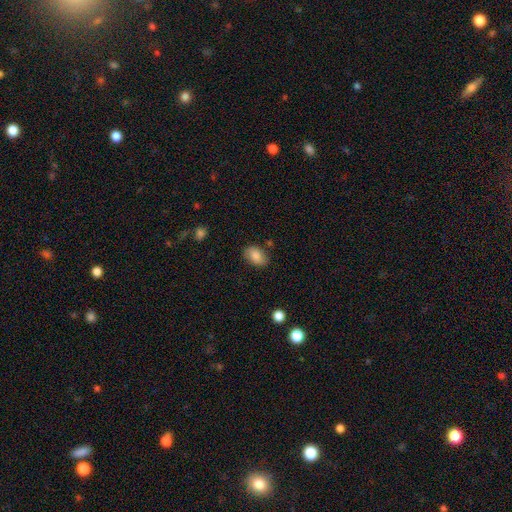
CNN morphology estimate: Smooth or featured: smooth — 85% (featured or disk — 8%)
How rounded: in between — 86% (round — 13%)
Merging: none — 81% (minor disturbance — 14%)